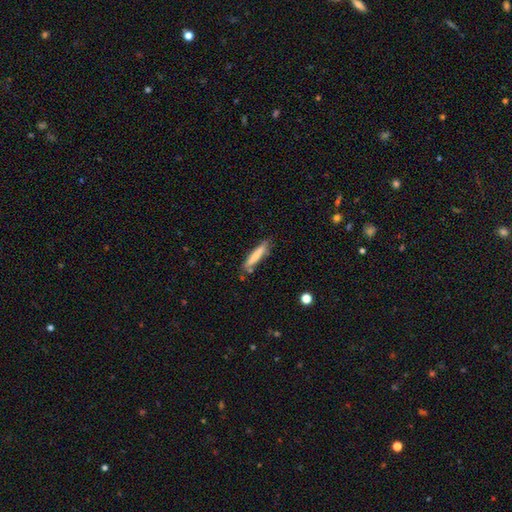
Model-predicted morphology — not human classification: Smooth or featured? smooth (71%)
How rounded? cigar-shaped (88%)
Merging? none (73%)